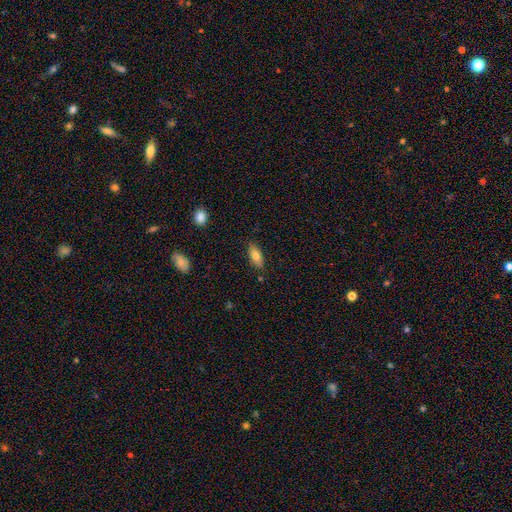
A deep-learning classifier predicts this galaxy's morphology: The model was most divided on "smooth or featured": smooth: 78%, featured or disk: 15%, star or artifact: 7%. More confident: how rounded — in between (84%); merging — none (84%).